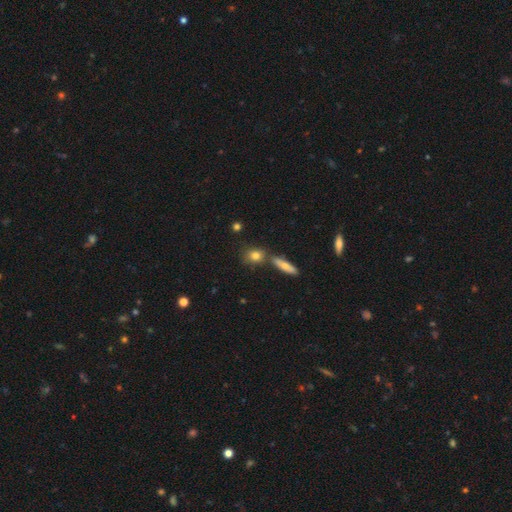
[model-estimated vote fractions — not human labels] Smooth or featured: smooth — 78% (featured or disk — 12%)
How rounded: round — 50% (in between — 38%)
Merging: none — 66% (merger — 19%)